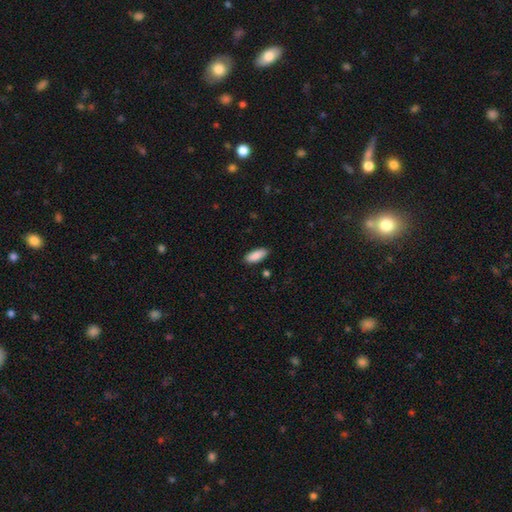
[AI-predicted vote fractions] Overall: smooth (89%). How rounded: in between (83%). Merging: none (87%).